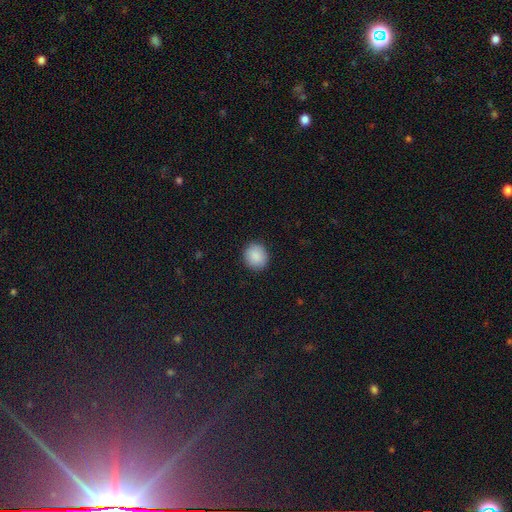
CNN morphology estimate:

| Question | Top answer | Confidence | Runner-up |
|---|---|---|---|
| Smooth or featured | smooth | 89% | star or artifact (7%) |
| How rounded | round | 84% | in between (15%) |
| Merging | none | 91% | minor disturbance (7%) |